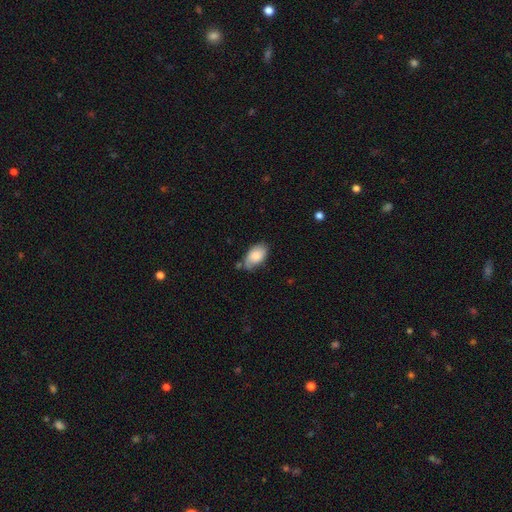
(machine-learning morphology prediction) This is likely a smooth galaxy (77%). How rounded: clearly in between (93%). Merging: possibly none (56%).